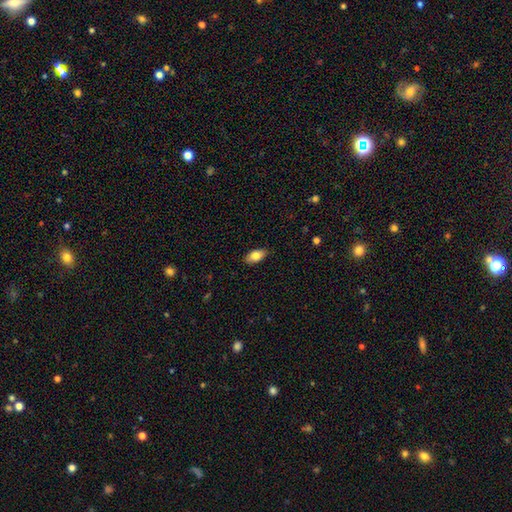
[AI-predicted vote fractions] Smooth or featured?
  - smooth: 81% *
  - featured or disk: 12%
  - star or artifact: 7%
How rounded?
  - in between: 92% *
  - cigar-shaped: 5%
  - round: 3%
Merging?
  - none: 86% *
  - minor disturbance: 11%
  - major disturbance: 2%
  - merger: 1%